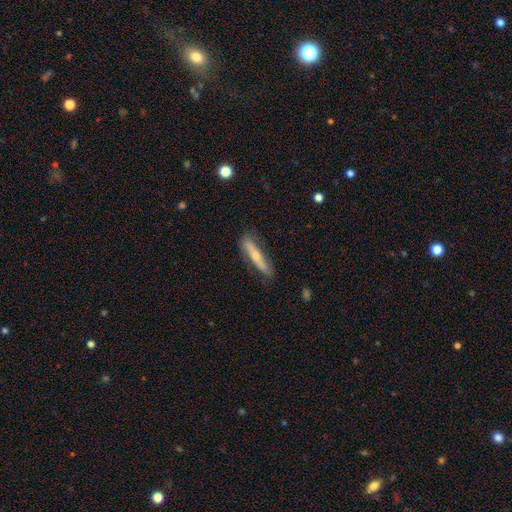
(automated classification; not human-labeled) The model was most divided on "smooth or featured" (2-way tie): featured or disk: 47%, smooth: 47%, star or artifact: 6%. More confident: merging — none (79%).